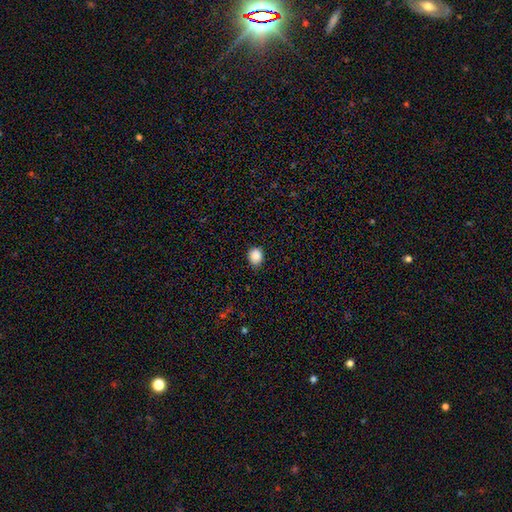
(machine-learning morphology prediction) Smooth or featured?
  - smooth: 87% *
  - star or artifact: 9%
  - featured or disk: 4%
How rounded?
  - round: 64% *
  - in between: 35%
  - cigar-shaped: 1%
Merging?
  - none: 82% *
  - minor disturbance: 14%
  - major disturbance: 2%
  - merger: 1%